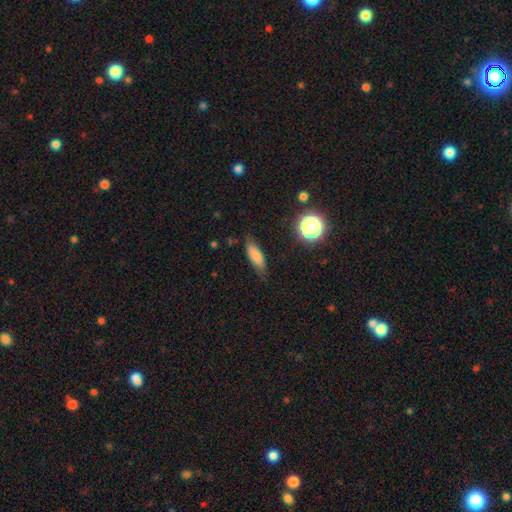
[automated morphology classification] A smooth galaxy with no disk features (76%) that is in between round and cigar-shaped (57%).

Vote fractions:
- Smooth or featured? smooth: 76% / featured or disk: 15% / star or artifact: 9%
- How rounded? in between: 57% / cigar-shaped: 39% / round: 4%
- Merging? none: 72% / minor disturbance: 21% / major disturbance: 5% / merger: 2%